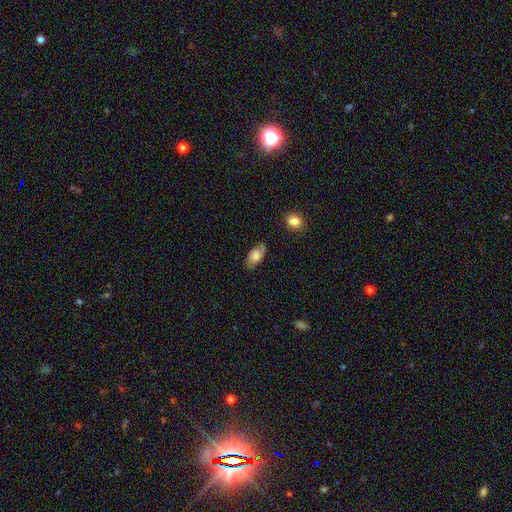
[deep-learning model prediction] Overall: smooth (71%). How rounded: in between (91%). Merging: none (77%).